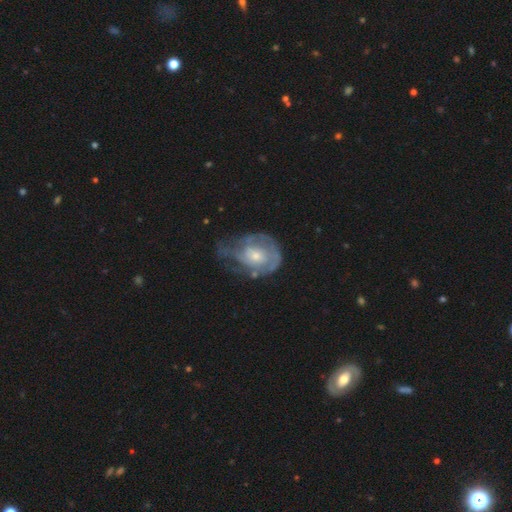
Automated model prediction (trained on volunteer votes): Smooth or featured? Predicted: featured or disk (p=0.70). Edge-on disk? Predicted: no (p=0.97). Bar? Predicted: no (p=0.77). Spiral arms? Predicted: yes (p=0.73). Bulge size? Predicted: small (p=0.51). Merging? Predicted: none (p=0.39).